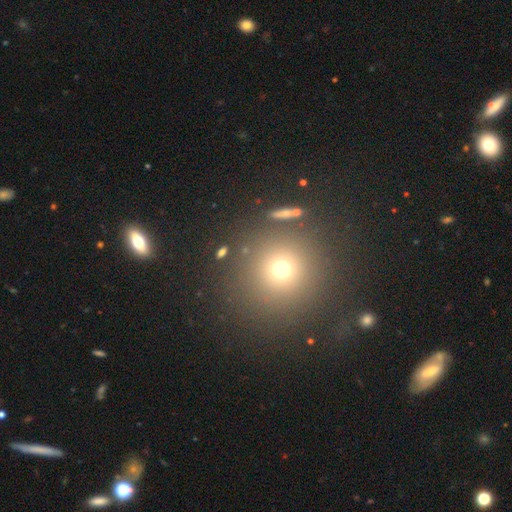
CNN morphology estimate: This appears to be a smooth galaxy with no disk features (62%) that is round (93%). Merging: none (84%).